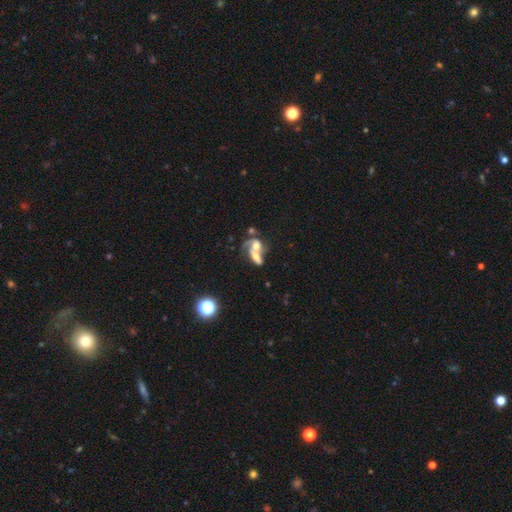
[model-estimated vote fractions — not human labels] A featured or disk galaxy (57%) with no bar (71%), spiral arms (63%) and a moderate central bulge (47%). Merging: merger (74%).